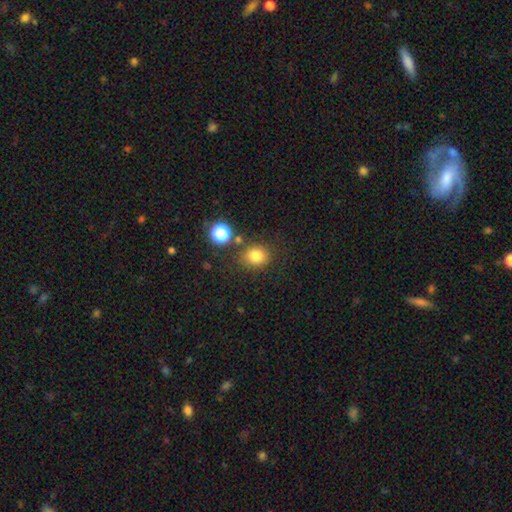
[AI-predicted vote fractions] smooth 79%, star or artifact 14%, featured or disk 6%. Down the decision tree: how rounded — round (72%); merging — none (78%).